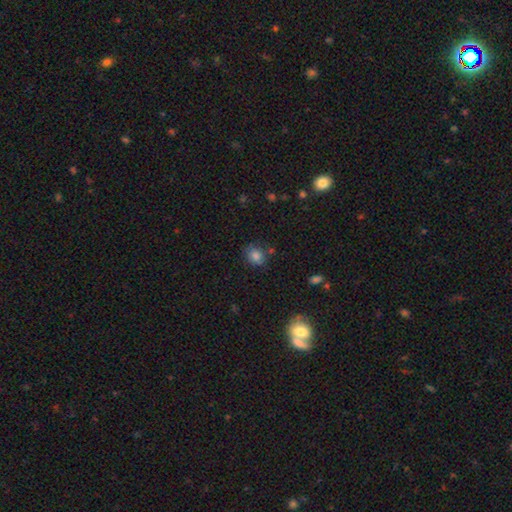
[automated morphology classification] This is clearly a smooth galaxy (82%). How rounded: likely round (66%). Merging: likely none (72%).